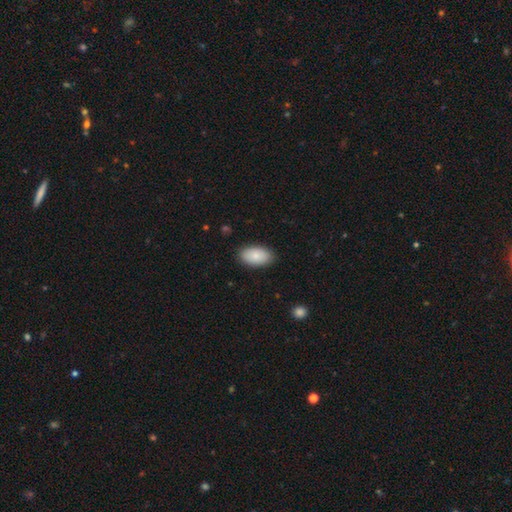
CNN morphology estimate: Smooth or featured? Predicted: smooth (p=0.86). How rounded? Predicted: in between (p=0.94). Merging? Predicted: none (p=0.87).